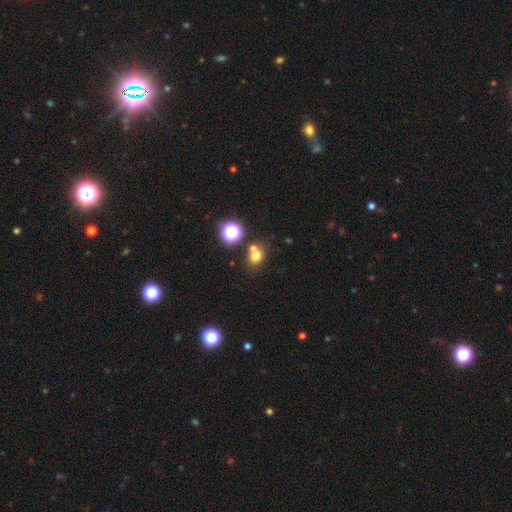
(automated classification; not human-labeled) This is likely a smooth galaxy (71%). How rounded: likely round (69%). Merging: possibly none (56%).